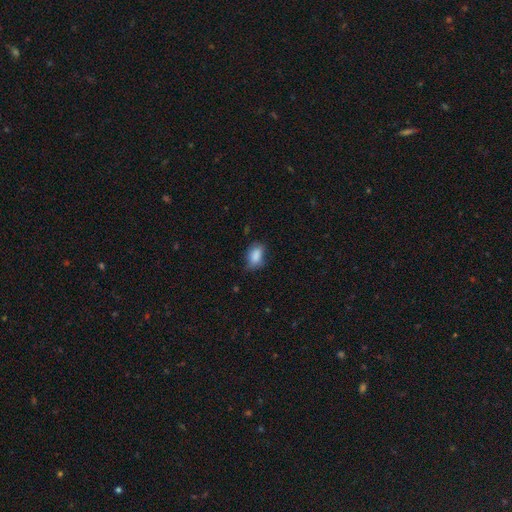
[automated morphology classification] A smooth galaxy with no disk features (86%) that is in between round and cigar-shaped (86%). Merging: none (65%).